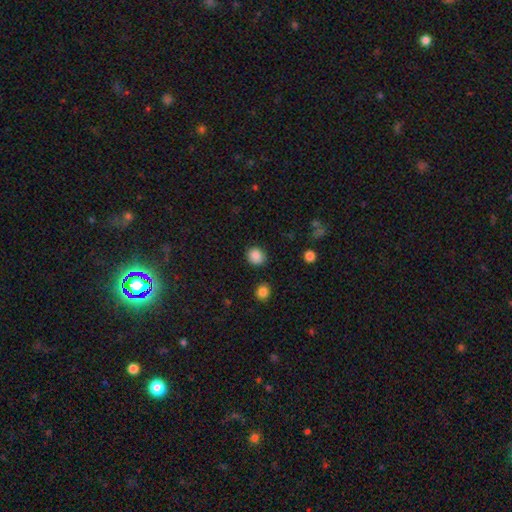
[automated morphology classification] This is clearly a smooth galaxy (87%). How rounded: likely round (78%). Merging: clearly none (86%).